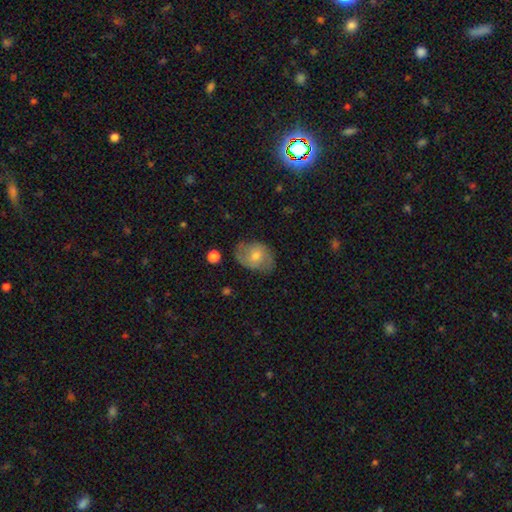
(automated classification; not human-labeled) Smooth or featured? Predicted: smooth (p=0.45, tied with featured or disk). Merging? Predicted: none (p=0.67).